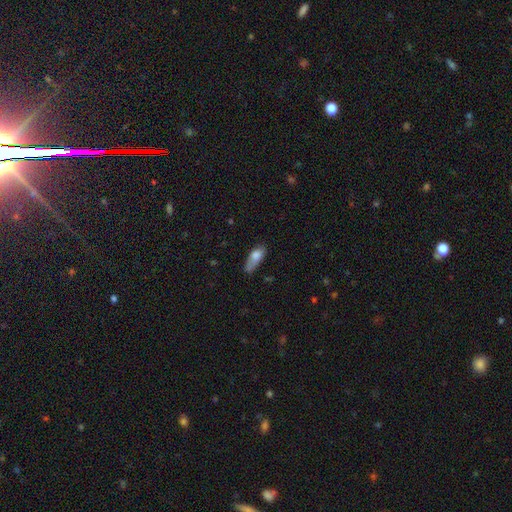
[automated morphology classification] Q: Smooth or featured?
A: smooth (77%); runner-up: featured or disk (16%)
Q: How rounded?
A: in between (71%); runner-up: cigar-shaped (26%)
Q: Merging?
A: none (41%); runner-up: minor disturbance (37%)